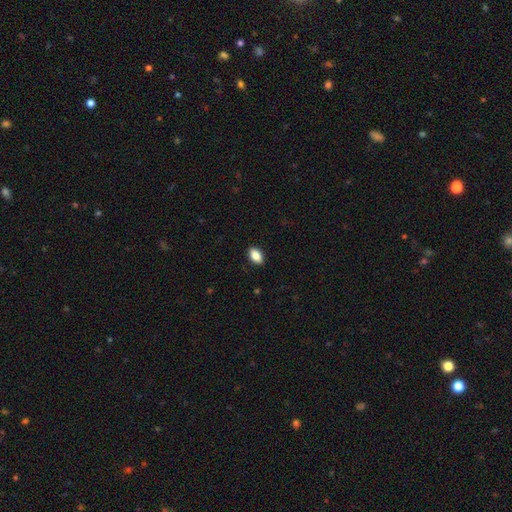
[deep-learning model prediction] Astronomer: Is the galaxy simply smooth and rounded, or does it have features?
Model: smooth — 85%.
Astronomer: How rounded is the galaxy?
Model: in between — 91%.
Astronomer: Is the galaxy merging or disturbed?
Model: none — 90%.